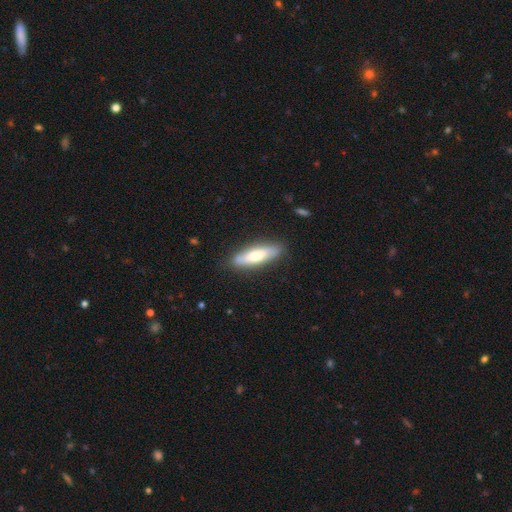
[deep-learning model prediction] The model was most divided on "how rounded": cigar-shaped: 64%, in between: 35%, round: 2%. More confident: merging — none (86%); smooth or featured — smooth (66%).